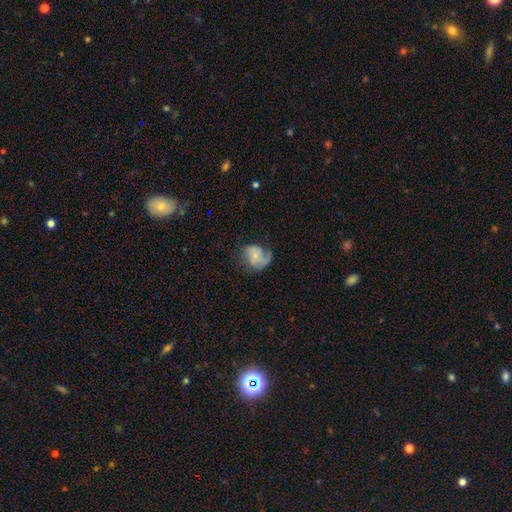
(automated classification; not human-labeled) smooth_or_featured: featured or disk (p=0.59) [alt: smooth p=0.34]
disk_edge_on: no (p=0.97) [alt: yes p=0.03]
bar: no (p=0.73) [alt: weak p=0.23]
has_spiral_arms: yes (p=0.86) [alt: no p=0.14]
bulge_size: small (p=0.65) [alt: moderate p=0.24]
merging: none (p=0.46) [alt: minor disturbance p=0.27]